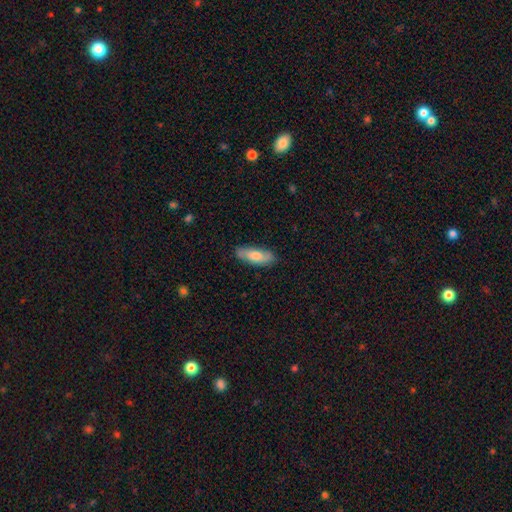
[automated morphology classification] Smooth or featured? smooth (71%)
How rounded? in between (65%)
Merging? none (83%)